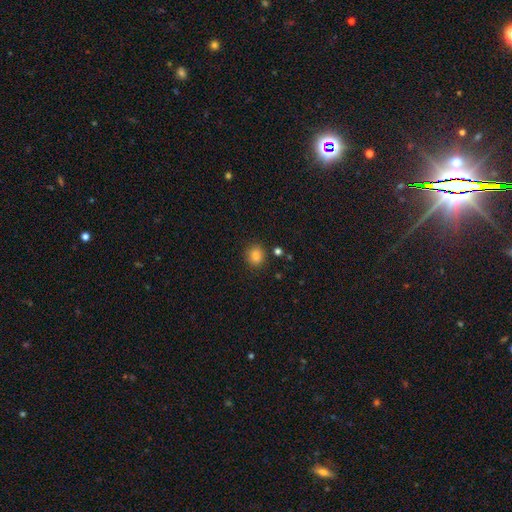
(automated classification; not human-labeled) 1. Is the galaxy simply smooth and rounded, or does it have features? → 84% smooth, 12% star or artifact, 5% featured or disk.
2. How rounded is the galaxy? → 72% round, 27% in between, 1% cigar-shaped.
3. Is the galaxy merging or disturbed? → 84% none, 9% minor disturbance, 3% merger, 3% major disturbance.